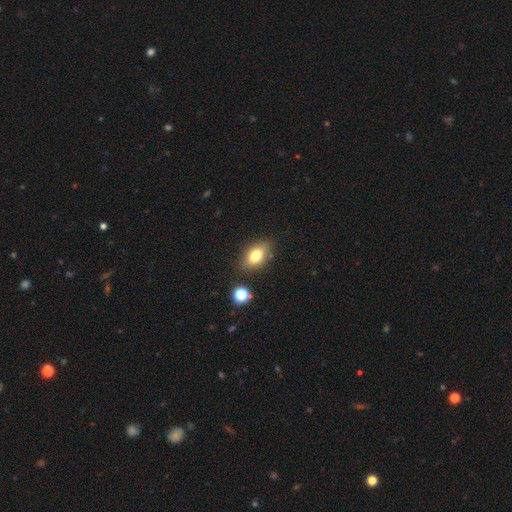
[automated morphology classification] Q: Smooth or featured?
A: smooth (79%); runner-up: featured or disk (11%)
Q: How rounded?
A: in between (85%); runner-up: round (12%)
Q: Merging?
A: none (81%); runner-up: minor disturbance (12%)